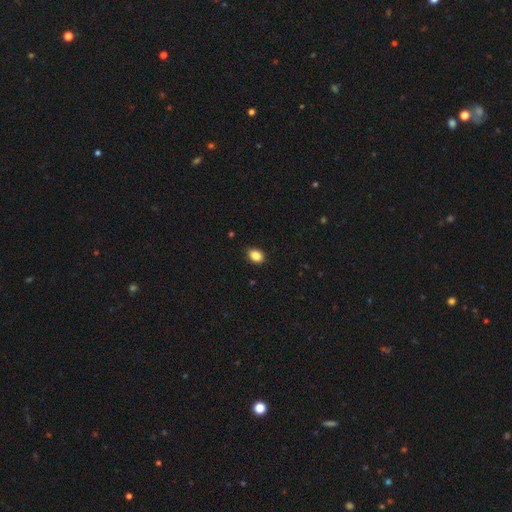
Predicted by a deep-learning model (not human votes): Smooth or featured? Predicted: smooth (p=0.87). How rounded? Predicted: in between (p=0.72). Merging? Predicted: none (p=0.87).